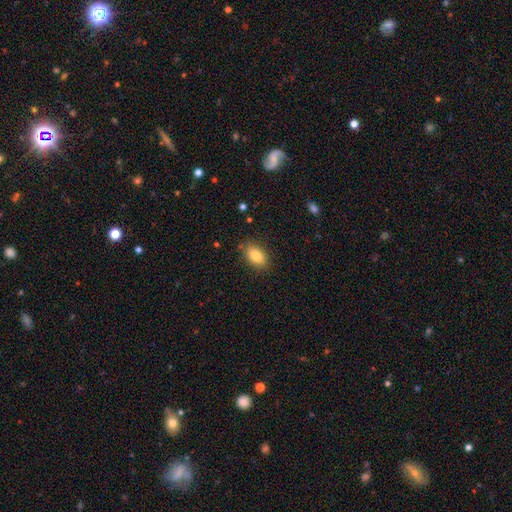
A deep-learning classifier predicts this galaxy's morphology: Smooth or featured?
  - smooth: 85% *
  - star or artifact: 8%
  - featured or disk: 7%
How rounded?
  - in between: 91% *
  - round: 7%
  - cigar-shaped: 2%
Merging?
  - none: 85% *
  - minor disturbance: 11%
  - major disturbance: 3%
  - merger: 1%